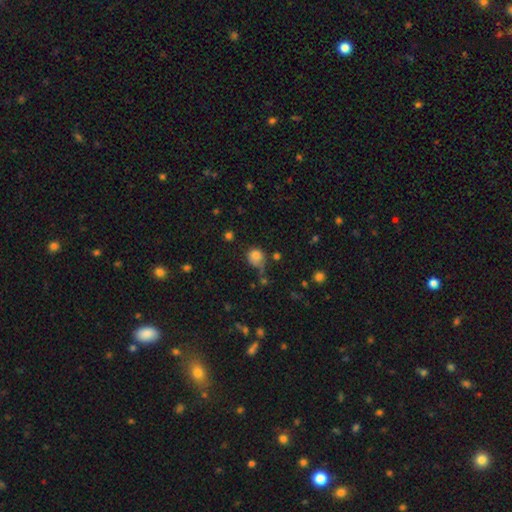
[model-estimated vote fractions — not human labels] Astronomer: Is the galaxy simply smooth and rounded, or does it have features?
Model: smooth — 79%.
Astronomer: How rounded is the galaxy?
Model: round — 77%.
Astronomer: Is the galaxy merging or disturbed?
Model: none — 47% (runner-up: minor disturbance, 29%).